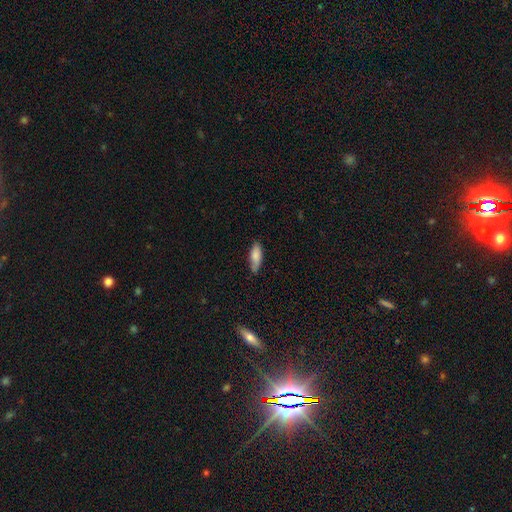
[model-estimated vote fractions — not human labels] Smooth or featured?
  - smooth: 82% *
  - featured or disk: 12%
  - star or artifact: 6%
How rounded?
  - in between: 67% *
  - cigar-shaped: 31%
  - round: 2%
Merging?
  - none: 69% *
  - minor disturbance: 25%
  - major disturbance: 4%
  - merger: 2%